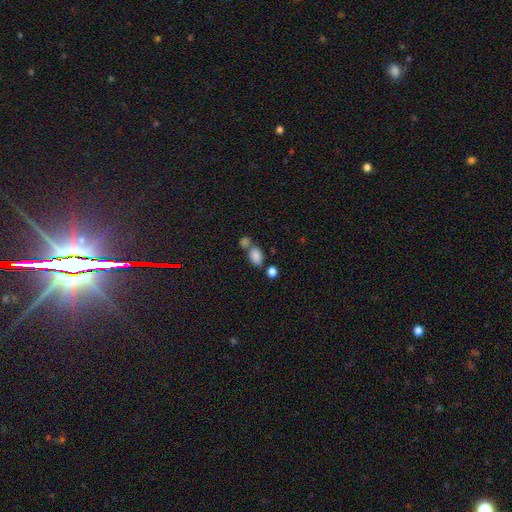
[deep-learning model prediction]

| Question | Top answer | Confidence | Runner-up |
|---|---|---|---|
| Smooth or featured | smooth | 84% | star or artifact (10%) |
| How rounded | in between | 85% | round (13%) |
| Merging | none | 45% | merger (39%) |